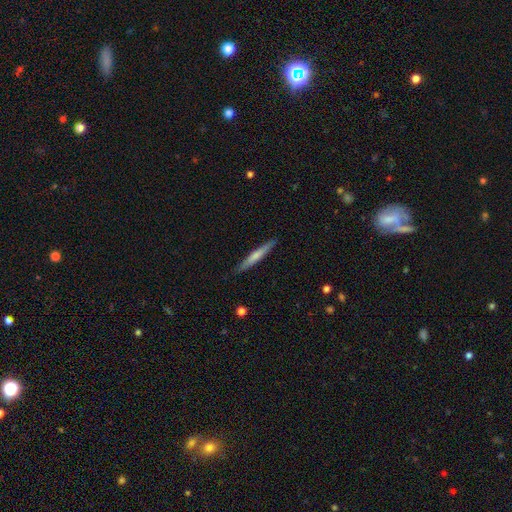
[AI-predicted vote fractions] smooth 61%, featured or disk 34%, star or artifact 5%. Down the decision tree: how rounded — cigar-shaped (95%); merging — none (88%).